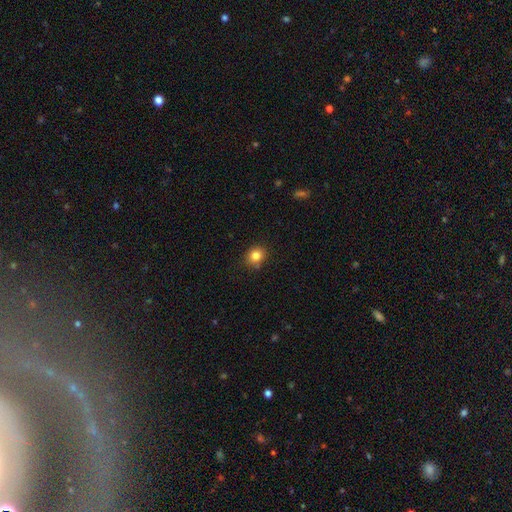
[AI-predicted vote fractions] This appears to be a smooth galaxy with no disk features (83%) that is round (76%). Merging: none (81%).